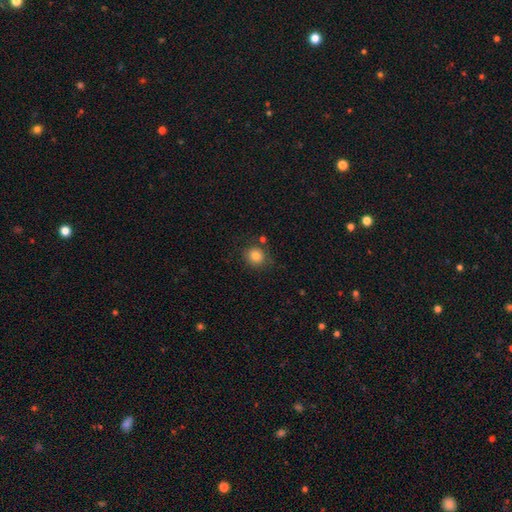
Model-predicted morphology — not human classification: A smooth galaxy with no disk features (82%) that is round (84%).

Vote fractions:
- Smooth or featured? smooth: 82% / star or artifact: 11% / featured or disk: 7%
- How rounded? round: 84% / in between: 15% / cigar-shaped: 1%
- Merging? none: 79% / minor disturbance: 12% / merger: 6% / major disturbance: 3%